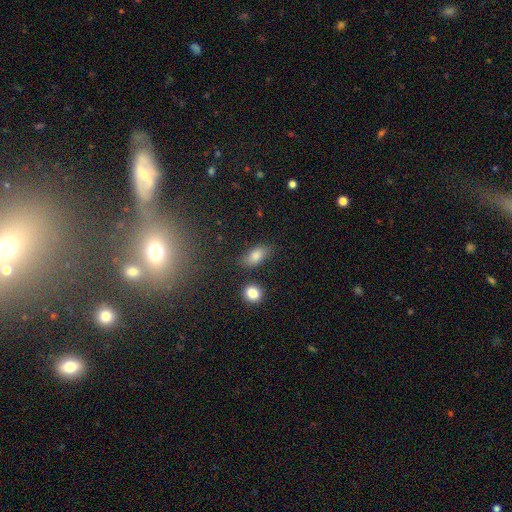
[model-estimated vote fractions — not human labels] smooth-or-featured: smooth: 77% | star or artifact: 13% | featured or disk: 10%
  how-rounded: in between: 84% | cigar-shaped: 9% | round: 8%
  merging: none: 82% | minor disturbance: 11% | merger: 4% | major disturbance: 3%